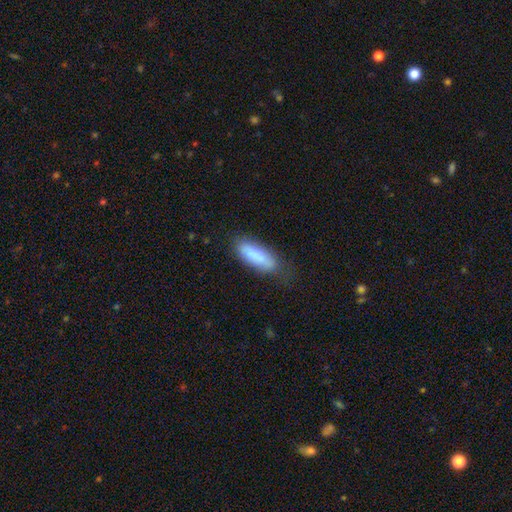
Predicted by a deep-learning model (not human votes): This appears to be a smooth galaxy with no disk features (85%) that is in between round and cigar-shaped (59%). Merging: none (72%).